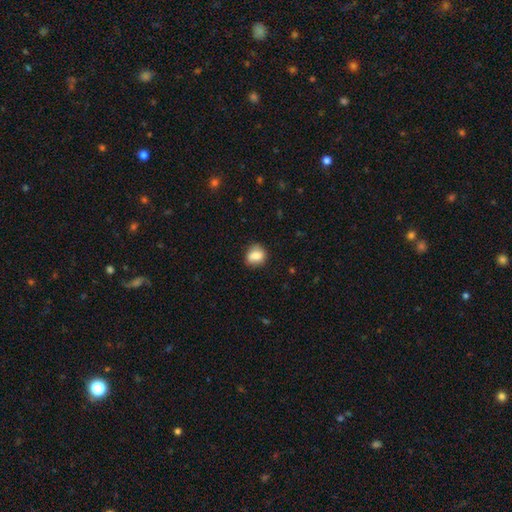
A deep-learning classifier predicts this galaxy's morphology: Overall: smooth (82%). How rounded: round (66%; in between 33%). Merging: none (73%).